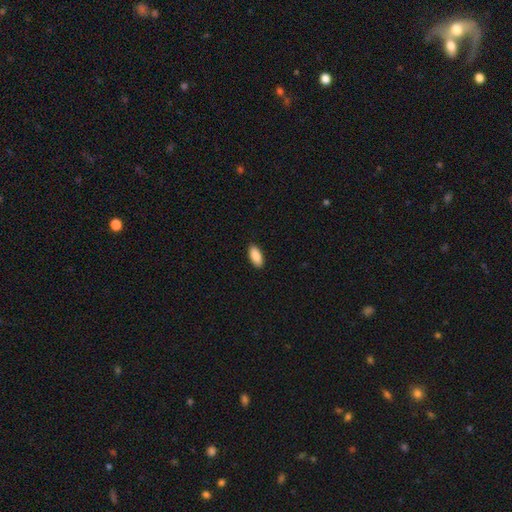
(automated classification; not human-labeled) Smooth or featured?
  - smooth: 90% *
  - star or artifact: 6%
  - featured or disk: 4%
How rounded?
  - in between: 90% *
  - cigar-shaped: 8%
  - round: 2%
Merging?
  - none: 90% *
  - minor disturbance: 8%
  - major disturbance: 2%
  - merger: 1%